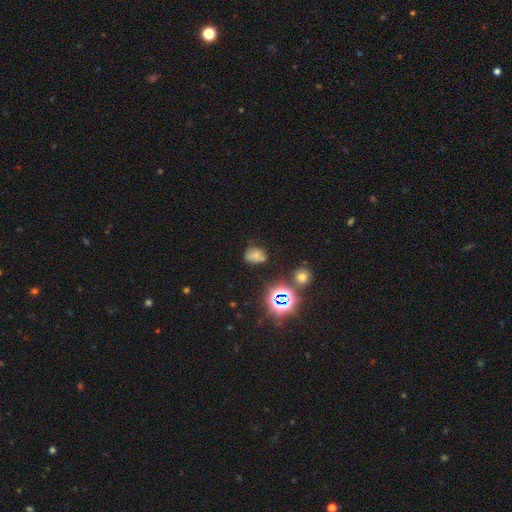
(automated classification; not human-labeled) This is possibly a smooth galaxy (58%). How rounded: likely in between (62%). Merging: possibly none (58%).